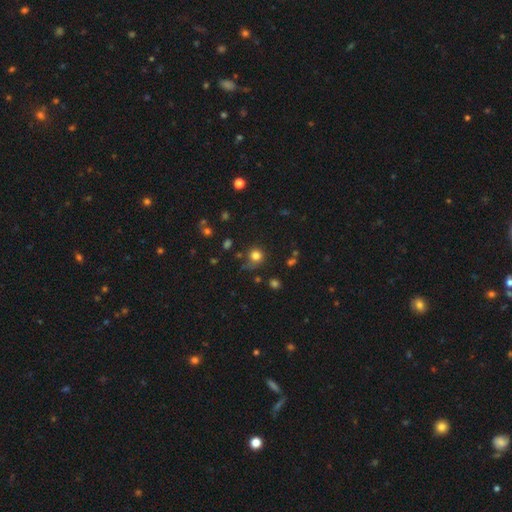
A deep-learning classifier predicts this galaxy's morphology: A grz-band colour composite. It shows a smooth galaxy with no disk features (79%) that is round (87%). Merging: none (65%).